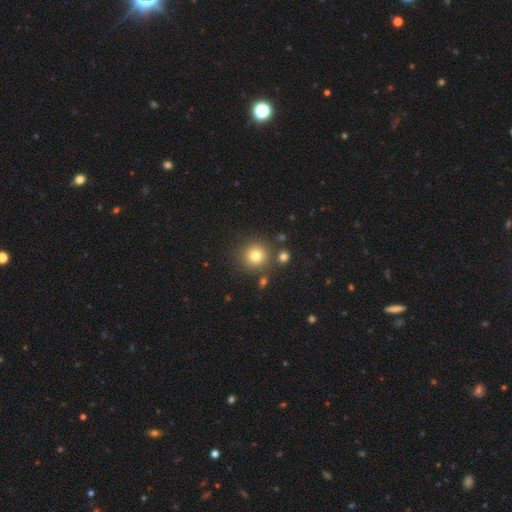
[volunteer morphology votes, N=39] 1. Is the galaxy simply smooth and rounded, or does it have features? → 85% smooth, 8% featured or disk, 8% star or artifact.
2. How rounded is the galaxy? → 94% round, 6% in between, 0% cigar-shaped.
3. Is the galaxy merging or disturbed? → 75% none, 22% minor disturbance, 3% major disturbance, 0% merger.